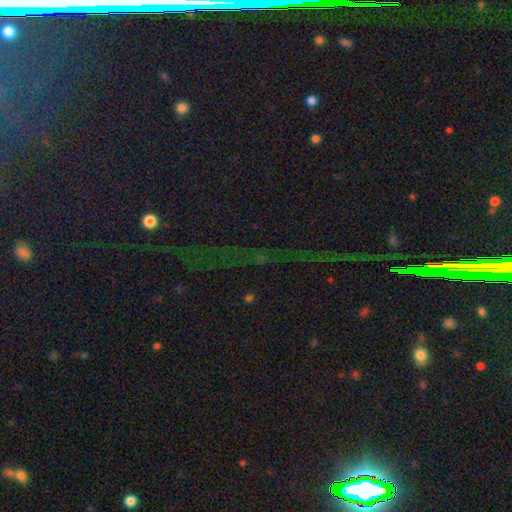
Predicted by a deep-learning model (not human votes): The model was most divided on "smooth or featured": star or artifact: 81%, smooth: 11%, featured or disk: 8%.